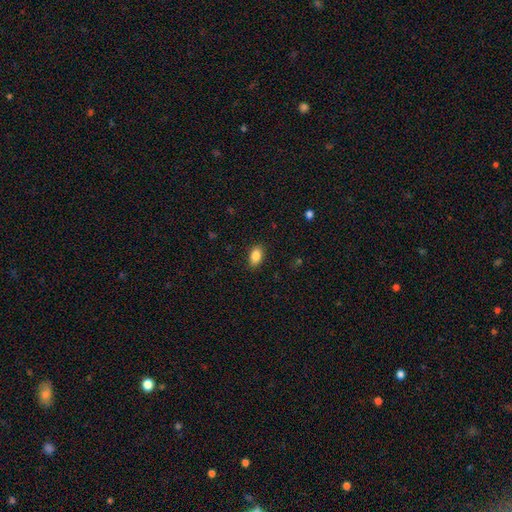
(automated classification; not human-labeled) Smooth or featured: smooth — 87% (star or artifact — 8%)
How rounded: in between — 90% (round — 8%)
Merging: none — 87% (minor disturbance — 10%)